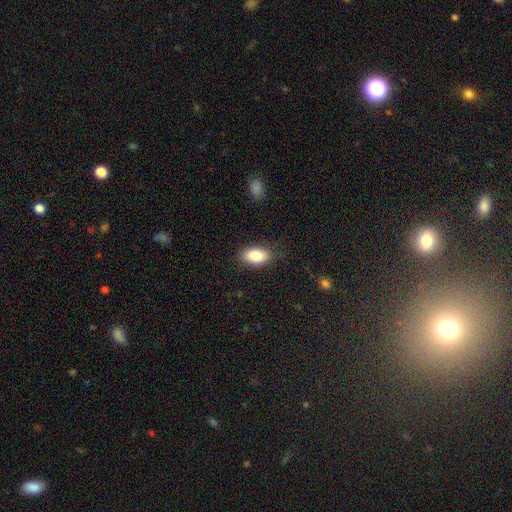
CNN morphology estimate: A smooth galaxy with no disk features (86%) that is in between round and cigar-shaped (92%).

Vote fractions:
- Smooth or featured? smooth: 86% / featured or disk: 7% / star or artifact: 7%
- How rounded? in between: 92% / round: 5% / cigar-shaped: 3%
- Merging? none: 84% / minor disturbance: 12% / major disturbance: 3% / merger: 1%